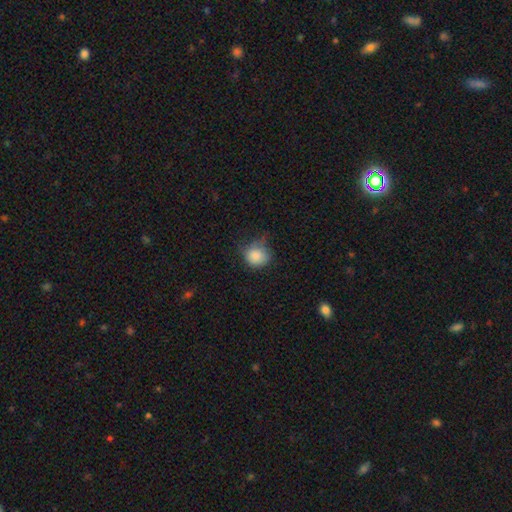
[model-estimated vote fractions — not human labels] smooth_or_featured: smooth (p=0.84) [alt: star or artifact p=0.09]
how_rounded: round (p=0.79) [alt: in between p=0.20]
merging: none (p=0.46) [alt: minor disturbance p=0.37]